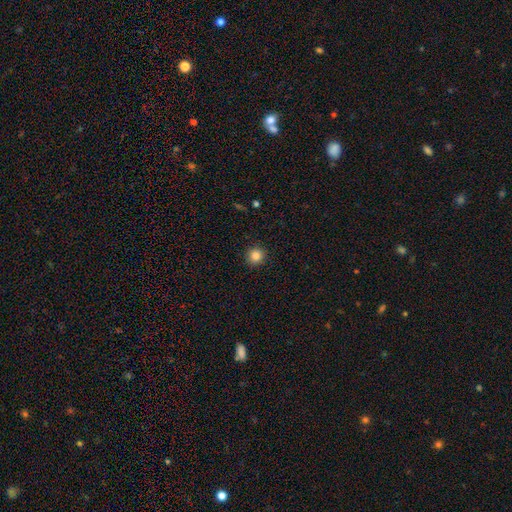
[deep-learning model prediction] smooth_or_featured: smooth (p=0.84) [alt: star or artifact p=0.11]
how_rounded: round (p=0.94) [alt: in between p=0.05]
merging: none (p=0.92) [alt: minor disturbance p=0.05]